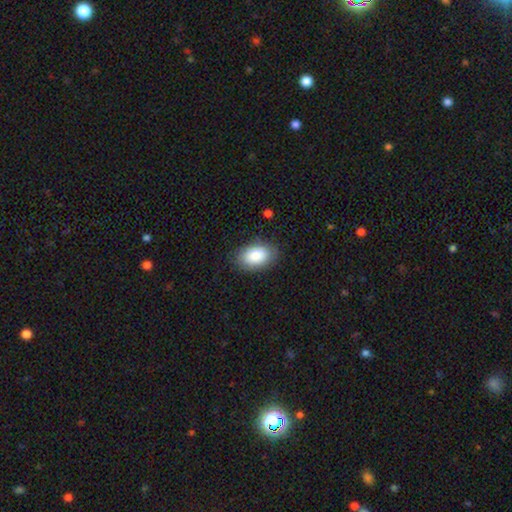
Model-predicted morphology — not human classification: smooth_or_featured: smooth (p=0.88) [alt: star or artifact p=0.07]
how_rounded: in between (p=0.92) [alt: round p=0.07]
merging: none (p=0.85) [alt: minor disturbance p=0.11]